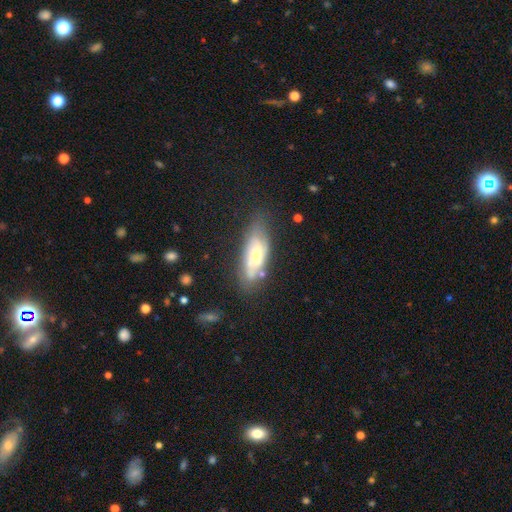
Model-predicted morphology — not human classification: Smooth or featured?
  - featured or disk: 55% *
  - smooth: 37%
  - star or artifact: 7%
Edge-on disk?
  - no: 82% *
  - yes: 18%
Merging?
  - none: 63% *
  - minor disturbance: 24%
  - major disturbance: 8%
  - merger: 5%